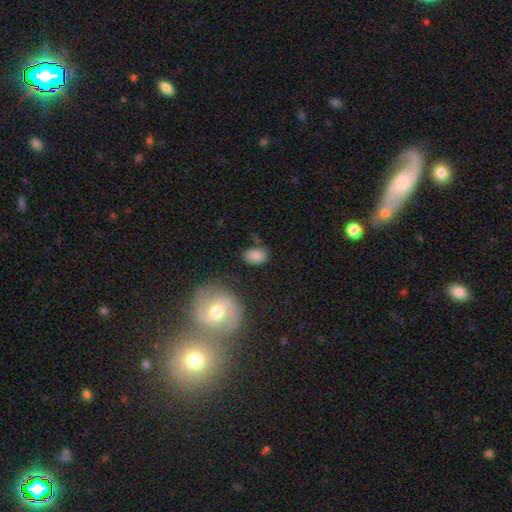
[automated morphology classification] A smooth galaxy with no disk features (84%) that is in between round and cigar-shaped (83%). Merging: none (76%).